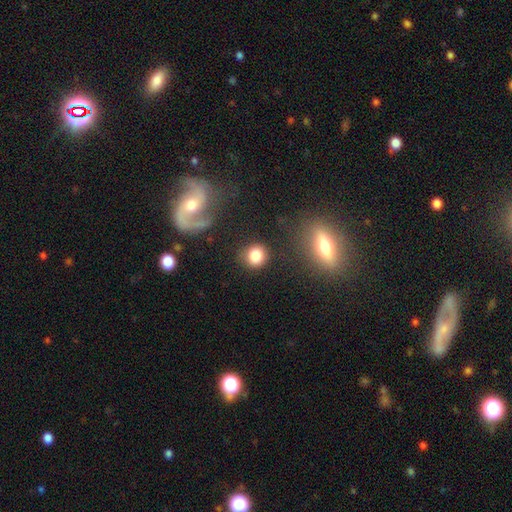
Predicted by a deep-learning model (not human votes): The model was most divided on "how rounded": round: 82%, in between: 17%, cigar-shaped: 1%. More confident: smooth or featured — smooth (83%); merging — none (80%).